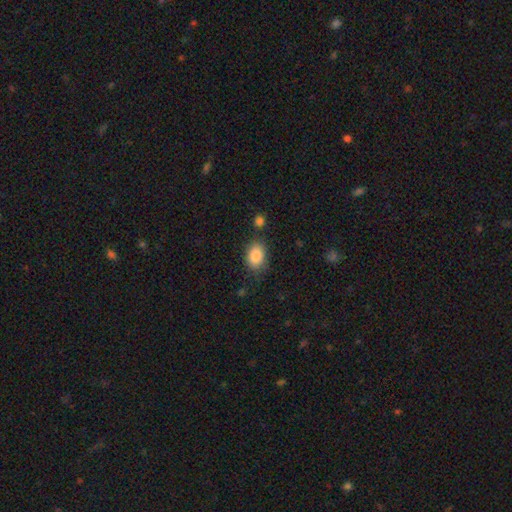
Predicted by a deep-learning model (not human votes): smooth-or-featured: smooth: 87% | star or artifact: 8% | featured or disk: 5%
  how-rounded: in between: 80% | round: 18% | cigar-shaped: 1%
  merging: none: 75% | minor disturbance: 16% | merger: 5% | major disturbance: 4%